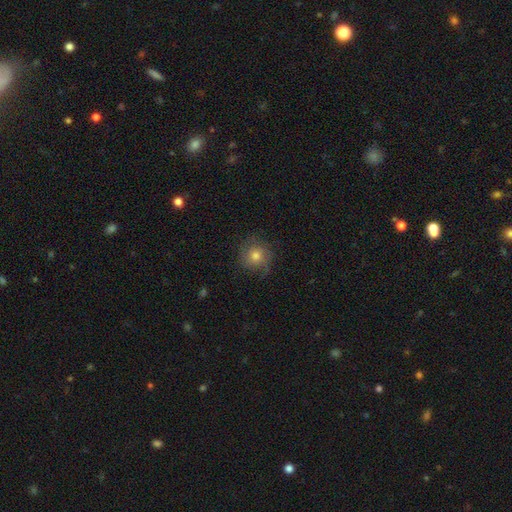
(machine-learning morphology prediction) Smooth or featured? smooth (67%)
How rounded? round (90%)
Merging? none (73%)